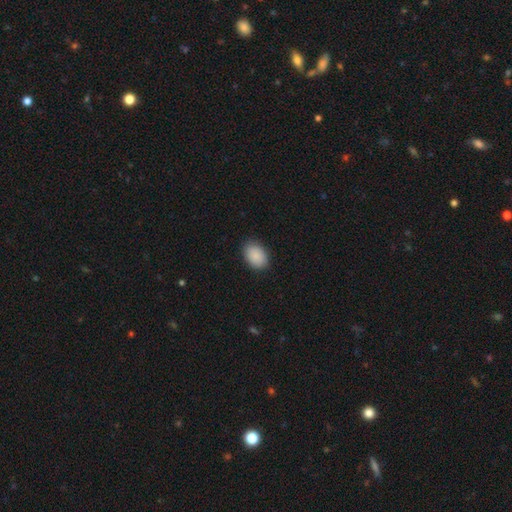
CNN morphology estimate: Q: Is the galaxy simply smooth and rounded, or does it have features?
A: smooth — 90%.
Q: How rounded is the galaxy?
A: in between — 81%.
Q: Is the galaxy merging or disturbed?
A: none — 87%.